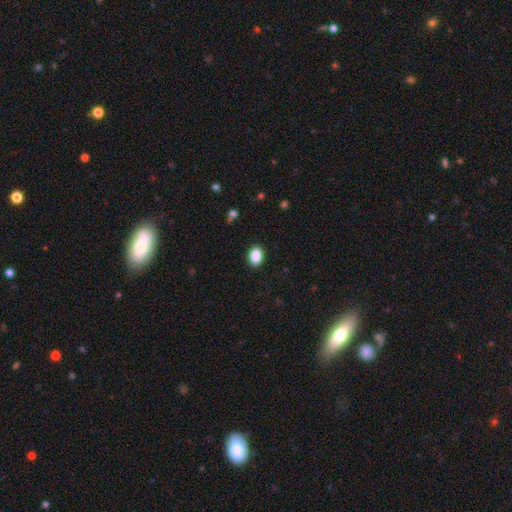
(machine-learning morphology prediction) Overall: smooth (89%). How rounded: in between (75%). Merging: none (90%).